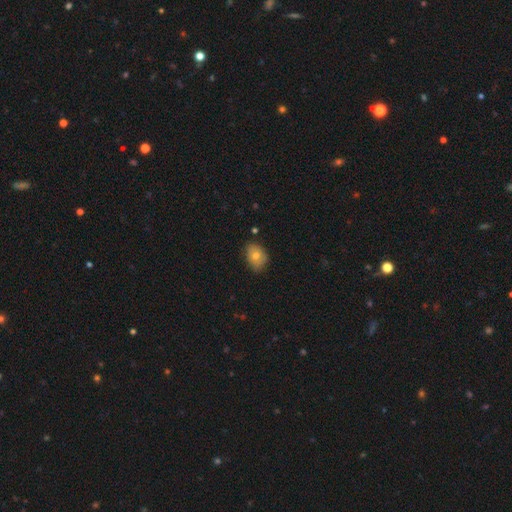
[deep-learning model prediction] smooth_or_featured: smooth (p=0.71) [alt: featured or disk p=0.20]
how_rounded: in between (p=0.75) [alt: round p=0.23]
merging: none (p=0.75) [alt: minor disturbance p=0.21]